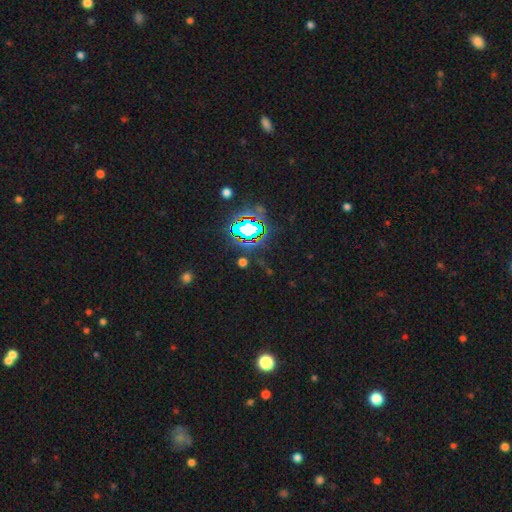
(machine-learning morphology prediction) The model was most divided on "smooth or featured": star or artifact: 80%, smooth: 12%, featured or disk: 8%.